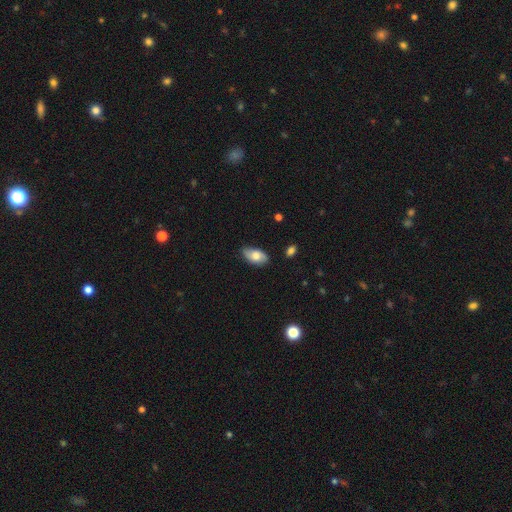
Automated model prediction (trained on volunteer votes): A smooth galaxy with no disk features (70%) that is in between round and cigar-shaped (93%).

Vote fractions:
- Smooth or featured? smooth: 70% / featured or disk: 23% / star or artifact: 7%
- How rounded? in between: 93% / round: 4% / cigar-shaped: 3%
- Merging? none: 78% / minor disturbance: 18% / major disturbance: 3% / merger: 2%